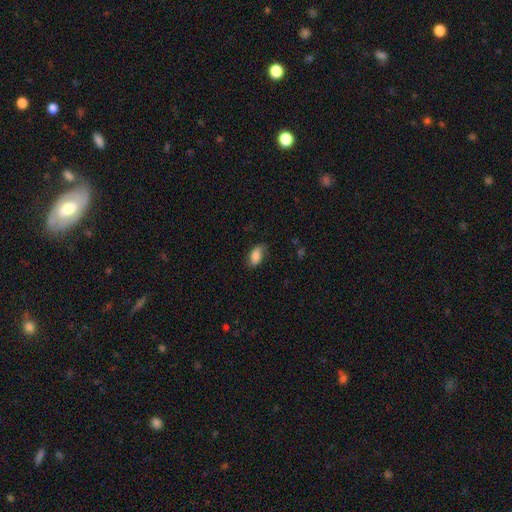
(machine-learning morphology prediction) A smooth galaxy with no disk features (81%) that is in between round and cigar-shaped (91%).

Vote fractions:
- Smooth or featured? smooth: 81% / featured or disk: 11% / star or artifact: 8%
- How rounded? in between: 91% / round: 5% / cigar-shaped: 4%
- Merging? none: 66% / minor disturbance: 26% / major disturbance: 7% / merger: 1%